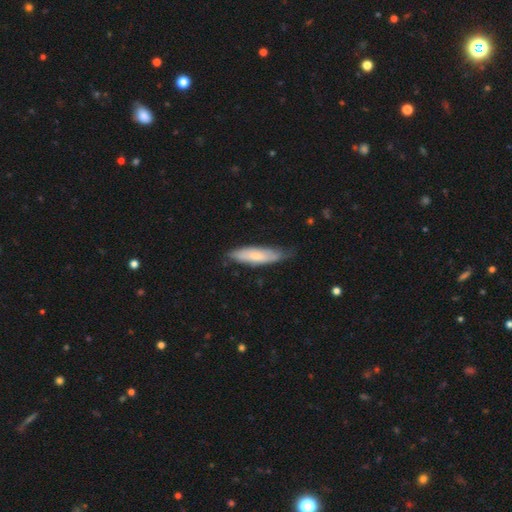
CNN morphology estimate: The model was most divided on "how rounded": cigar-shaped: 65%, in between: 34%, round: 1%. More confident: merging — none (68%); smooth or featured — smooth (66%).